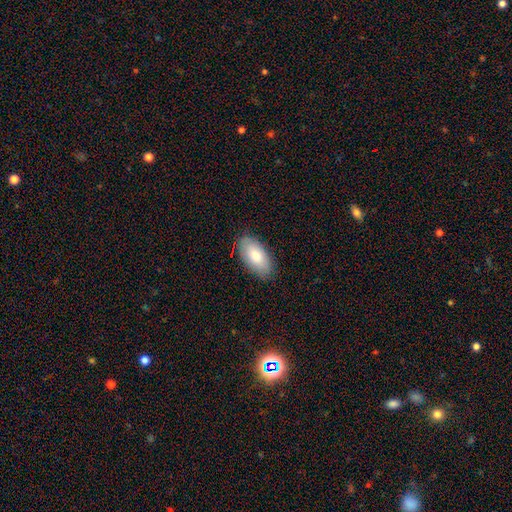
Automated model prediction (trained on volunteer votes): A smooth galaxy with no disk features (80%) that is in between round and cigar-shaped (93%). Merging: none (86%).